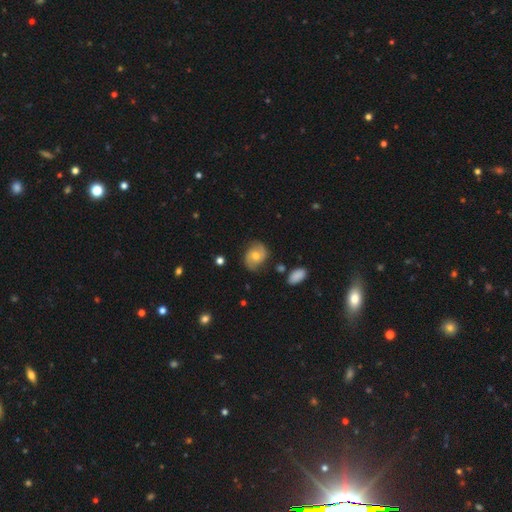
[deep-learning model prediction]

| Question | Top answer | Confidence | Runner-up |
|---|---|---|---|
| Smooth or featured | featured or disk | 69% | smooth (24%) |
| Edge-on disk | no | 97% | yes (3%) |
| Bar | no | 61% | weak (32%) |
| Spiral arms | yes | 91% | no (9%) |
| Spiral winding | medium | 47% | loose (28%) |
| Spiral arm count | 2 | 89% | can't tell (6%) |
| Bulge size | moderate | 67% | small (27%) |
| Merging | none | 79% | minor disturbance (15%) |